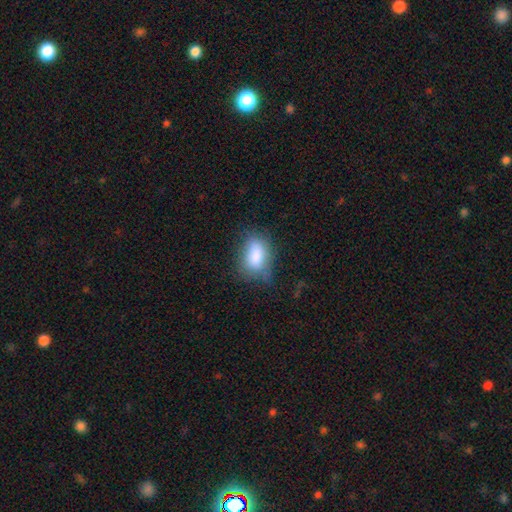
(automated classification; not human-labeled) Smooth or featured? smooth (83%)
How rounded? in between (88%)
Merging? none (58%)